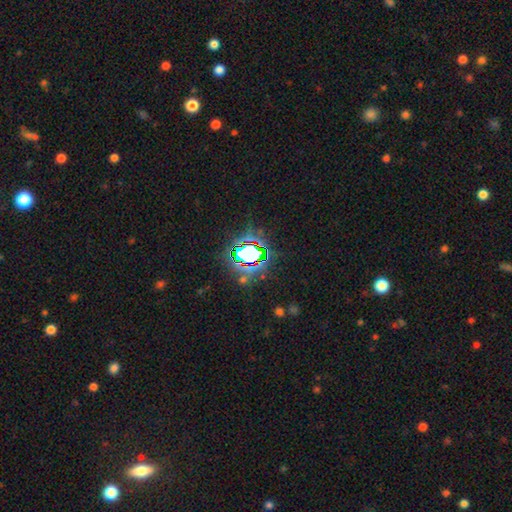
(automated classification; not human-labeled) Q: Smooth or featured?
A: star or artifact (79%); runner-up: smooth (12%)